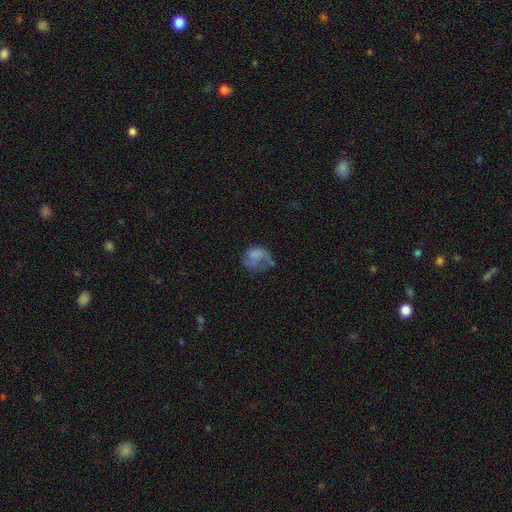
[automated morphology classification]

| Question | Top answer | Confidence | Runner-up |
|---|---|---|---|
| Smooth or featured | smooth | 53% | featured or disk (36%) |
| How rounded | round | 51% | in between (48%) |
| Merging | major disturbance | 41% | none (30%) |